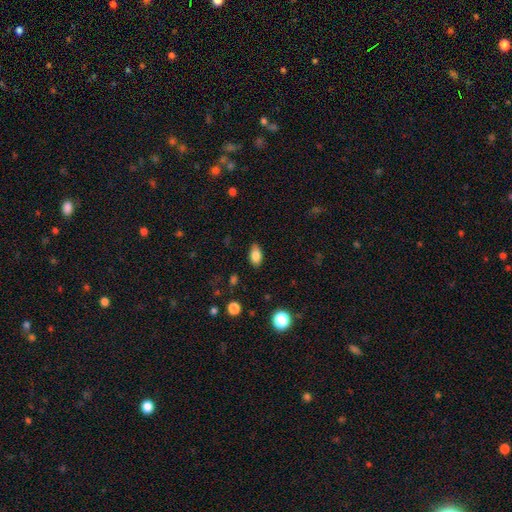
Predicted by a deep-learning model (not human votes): Smooth or featured? smooth (83%)
How rounded? in between (90%)
Merging? none (82%)